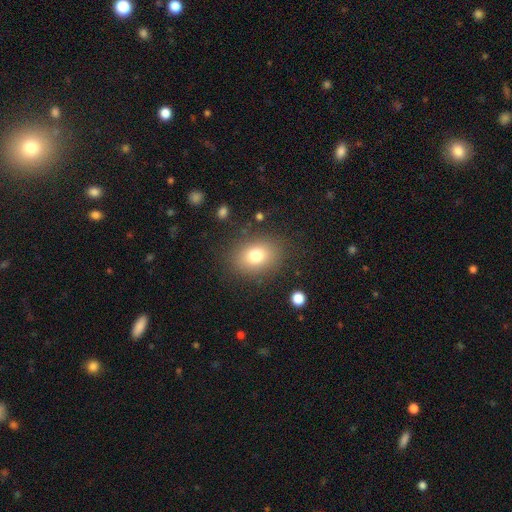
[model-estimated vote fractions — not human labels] This appears to be a smooth galaxy with no disk features (78%) that is in between round and cigar-shaped (58%). Merging: none (84%).